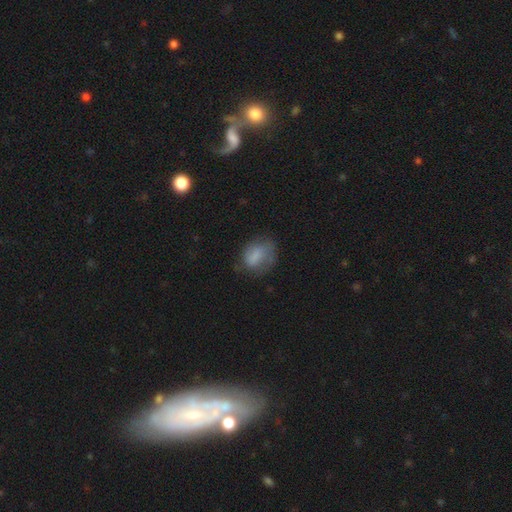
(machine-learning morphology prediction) smooth_or_featured: smooth (p=0.72) [alt: featured or disk p=0.19]
how_rounded: in between (p=0.71) [alt: round p=0.27]
merging: none (p=0.52) [alt: minor disturbance p=0.29]